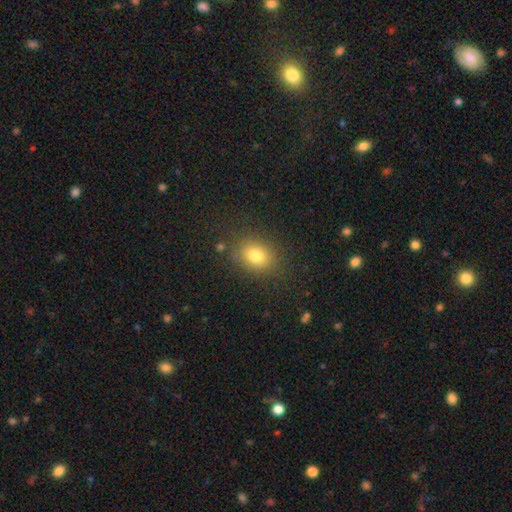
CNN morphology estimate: smooth 80%, star or artifact 11%, featured or disk 9%. Down the decision tree: how rounded — in between (65%); merging — none (83%).